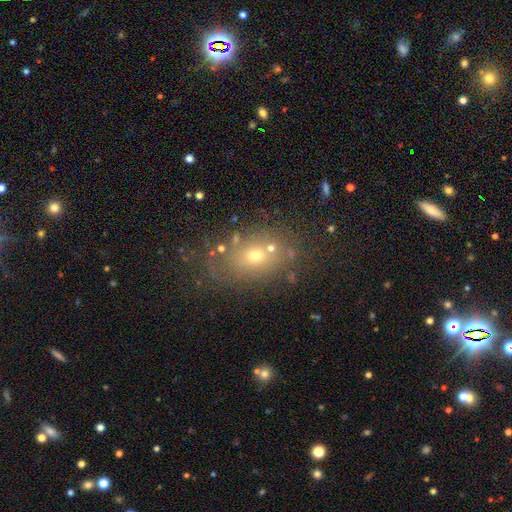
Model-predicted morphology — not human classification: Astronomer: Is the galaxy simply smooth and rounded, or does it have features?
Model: smooth — 58%.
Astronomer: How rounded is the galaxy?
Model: in between — 65%.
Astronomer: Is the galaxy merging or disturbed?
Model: none — 69%.